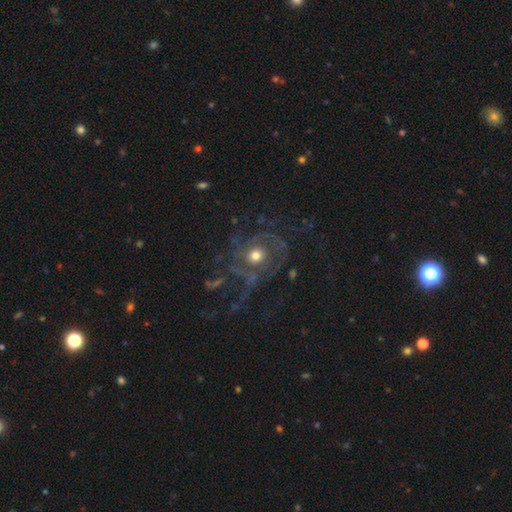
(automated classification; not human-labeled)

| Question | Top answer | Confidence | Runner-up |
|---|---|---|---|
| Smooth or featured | featured or disk | 72% | smooth (17%) |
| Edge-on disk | no | 97% | yes (3%) |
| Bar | no | 83% | weak (13%) |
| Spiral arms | yes | 81% | no (19%) |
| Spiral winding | medium | 40% | tight (35%) |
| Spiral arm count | can't tell | 28% | 2 (26%) |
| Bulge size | moderate | 67% | small (20%) |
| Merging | none | 50% | major disturbance (30%) |